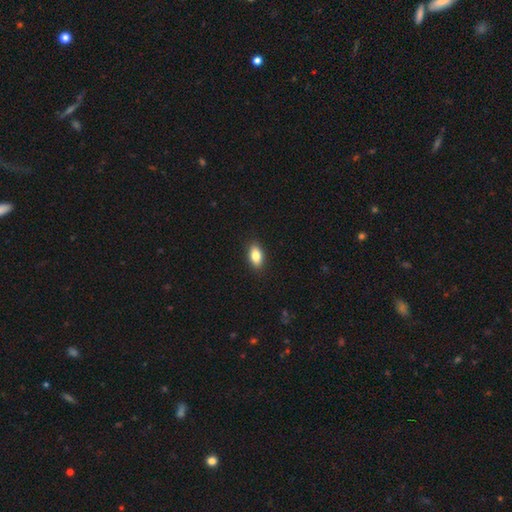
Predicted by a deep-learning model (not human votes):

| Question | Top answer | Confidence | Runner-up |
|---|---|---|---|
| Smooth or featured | smooth | 83% | featured or disk (10%) |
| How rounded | in between | 89% | round (6%) |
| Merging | none | 90% | minor disturbance (8%) |